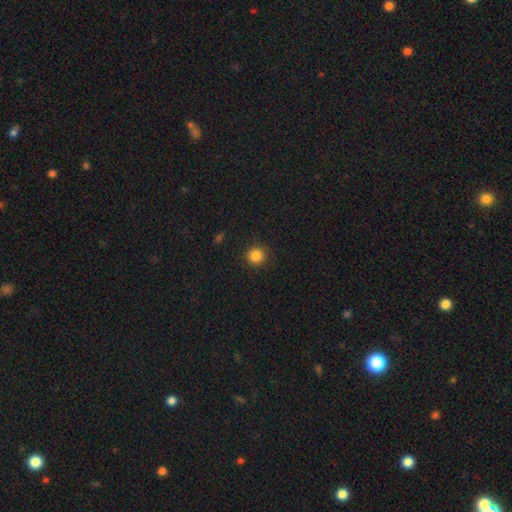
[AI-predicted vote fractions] Morphology: type=smooth (85%); roundness=round (95%); merging=none (91%).